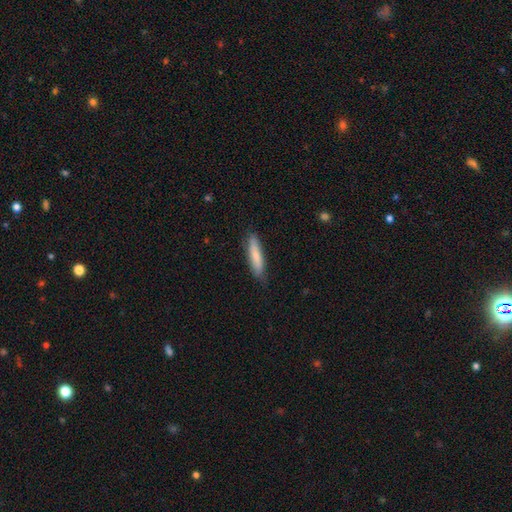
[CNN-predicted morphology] smooth-or-featured: smooth: 77% | featured or disk: 17% | star or artifact: 6%
  how-rounded: cigar-shaped: 80% | in between: 19% | round: 1%
  merging: none: 82% | minor disturbance: 15% | major disturbance: 2% | merger: 1%